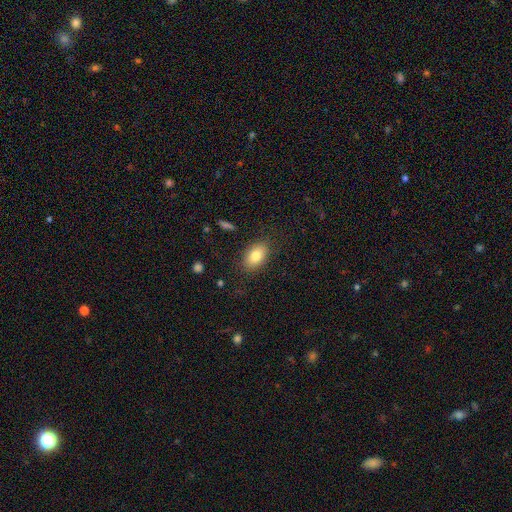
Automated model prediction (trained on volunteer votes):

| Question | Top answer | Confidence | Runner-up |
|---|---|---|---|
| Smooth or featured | smooth | 82% | featured or disk (11%) |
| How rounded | in between | 88% | round (11%) |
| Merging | none | 84% | minor disturbance (11%) |